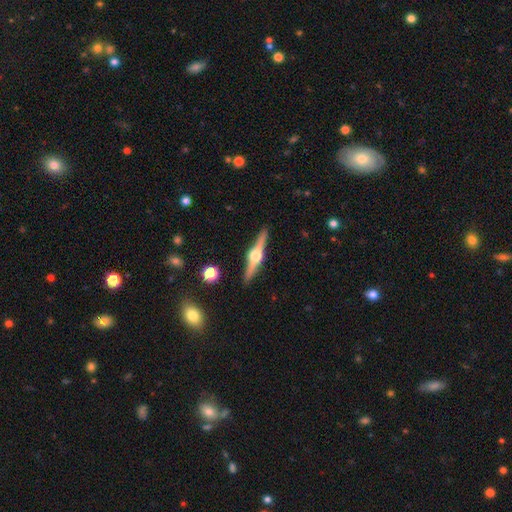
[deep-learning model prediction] A featured or disk galaxy (84%) viewed edge-on (98%) with a rounded central bulge (95%).

Vote fractions:
- Smooth or featured? featured or disk: 84% / smooth: 11% / star or artifact: 6%
- Edge-on disk? yes: 98% / no: 2%
- Edge-on bulge? rounded: 95% / boxy: 4% / none: 1%
- Merging? none: 91% / minor disturbance: 6% / major disturbance: 1% / merger: 1%